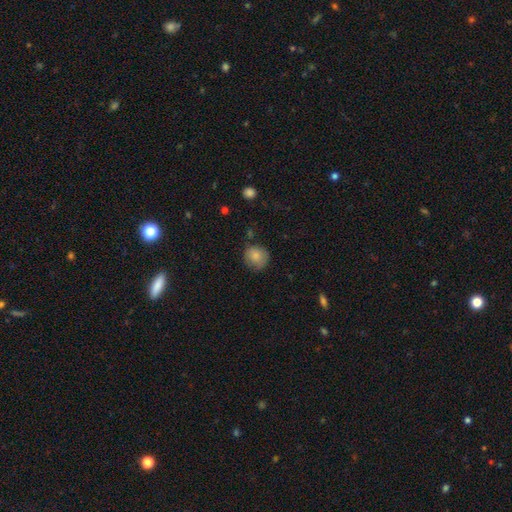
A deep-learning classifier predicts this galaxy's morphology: Overall: smooth (82%). How rounded: round (86%). Merging: none (71%).